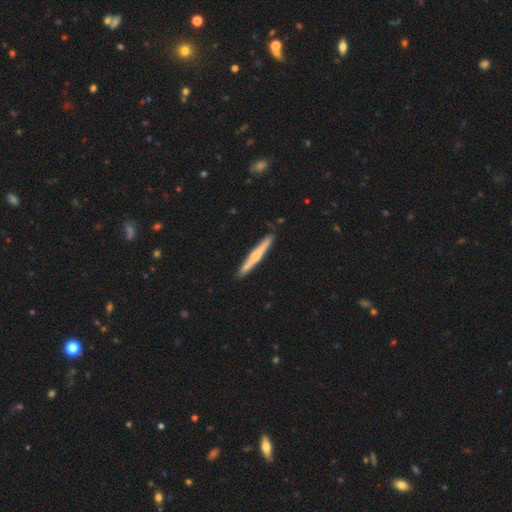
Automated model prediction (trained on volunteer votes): smooth_or_featured: featured or disk (p=0.48) [alt: smooth p=0.46]
merging: none (p=0.90) [alt: minor disturbance p=0.07]